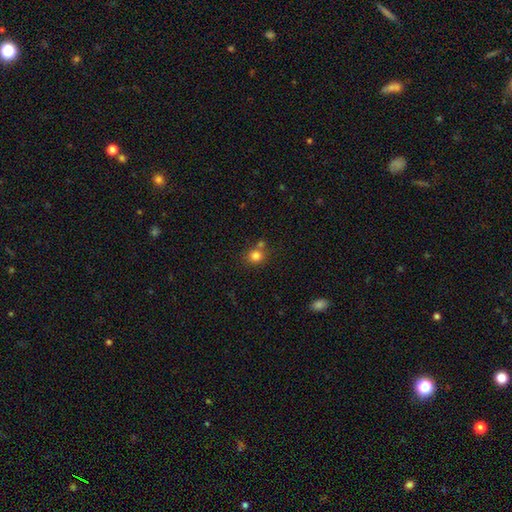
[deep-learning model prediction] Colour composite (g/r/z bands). It shows a smooth galaxy with no disk features (81%) that is round (84%). Merging: none (64%).